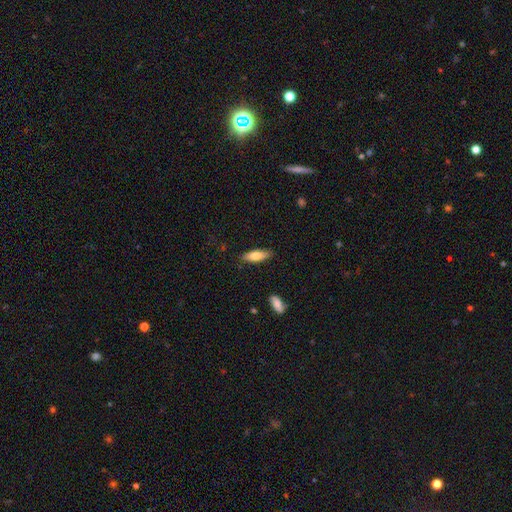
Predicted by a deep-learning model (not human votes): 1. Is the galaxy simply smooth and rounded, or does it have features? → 74% smooth, 20% featured or disk, 6% star or artifact.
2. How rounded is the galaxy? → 55% in between, 43% cigar-shaped, 2% round.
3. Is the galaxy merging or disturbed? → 86% none, 10% minor disturbance, 2% major disturbance, 1% merger.